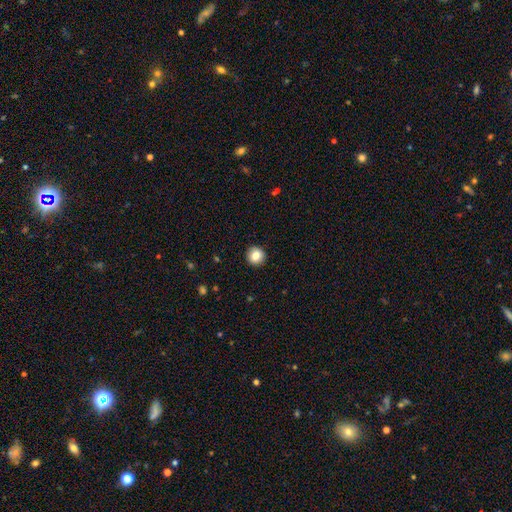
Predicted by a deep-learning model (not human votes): smooth 85%, star or artifact 9%, featured or disk 6%. Down the decision tree: how rounded — round (94%); merging — none (93%).